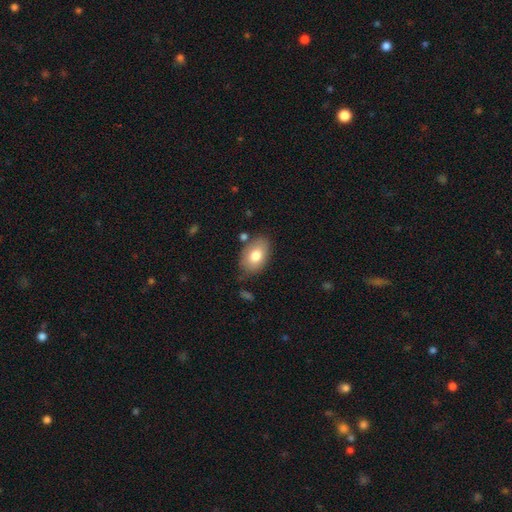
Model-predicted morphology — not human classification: smooth-or-featured: smooth: 78% | featured or disk: 14% | star or artifact: 7%
  how-rounded: in between: 88% | round: 11% | cigar-shaped: 1%
  merging: none: 76% | minor disturbance: 16% | merger: 4% | major disturbance: 4%